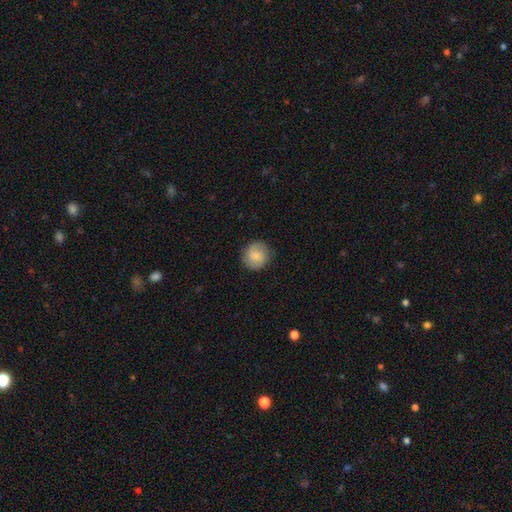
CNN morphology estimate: Smooth or featured? smooth (66%)
How rounded? round (89%)
Merging? none (85%)